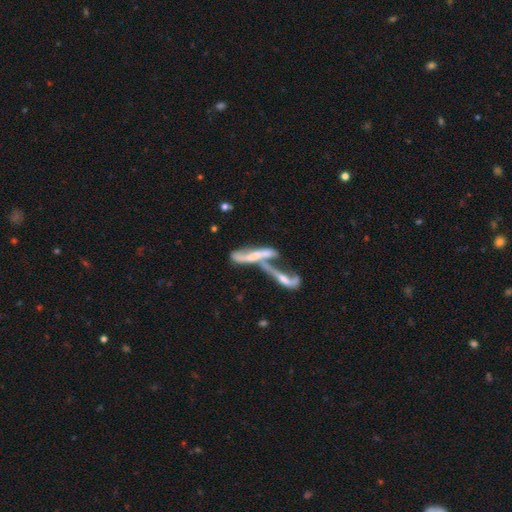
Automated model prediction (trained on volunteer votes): smooth_or_featured: featured or disk (p=0.60) [alt: smooth p=0.30]
disk_edge_on: no (p=0.64) [alt: yes p=0.36]
merging: merger (p=0.70) [alt: major disturbance p=0.13]